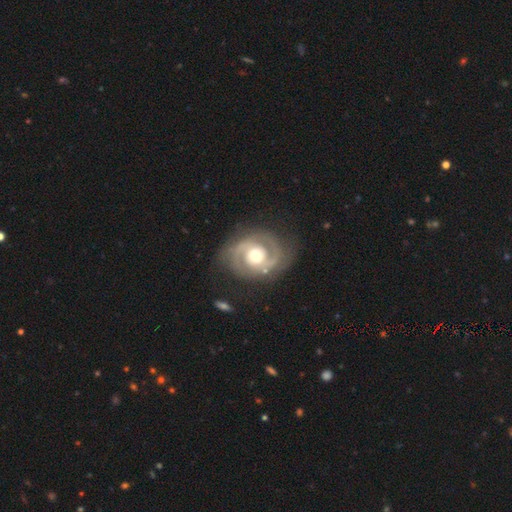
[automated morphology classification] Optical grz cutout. It shows a featured or disk galaxy (85%) with no bar (70%), 2 (83%) tight (50%) spiral arms (91%) and a moderate central bulge (67%). Merging: none (77%).